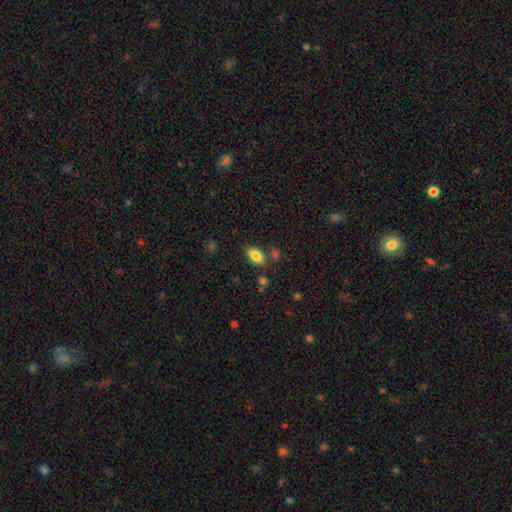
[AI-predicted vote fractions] Morphology: type=smooth (84%); roundness=in between (92%); merging=none (76%).